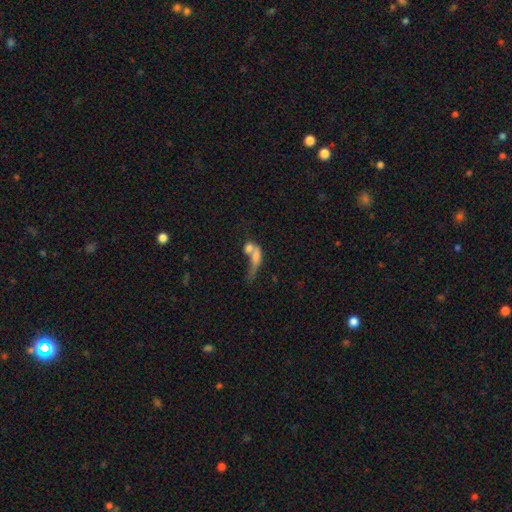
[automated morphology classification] Smooth or featured? Predicted: smooth (p=0.58). How rounded? Predicted: in between (p=0.58). Merging? Predicted: merger (p=0.56).